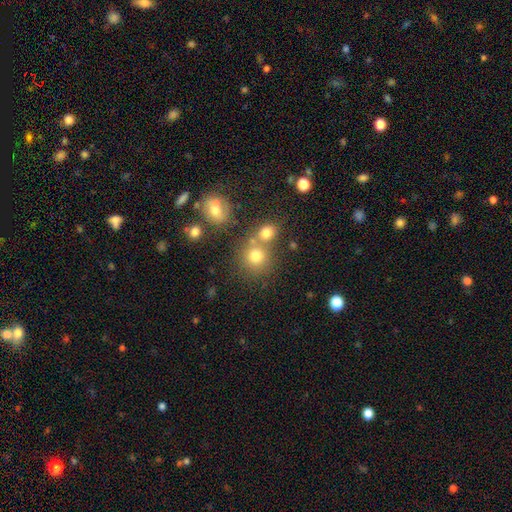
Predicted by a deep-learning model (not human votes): Morphology: type=smooth (75%); roundness=round (84%); merging=none (58%).